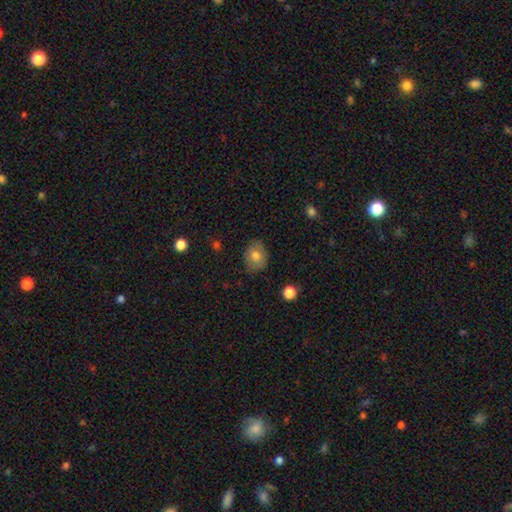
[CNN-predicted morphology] type=smooth (76%); roundness=in between (53%); merging=none (79%).